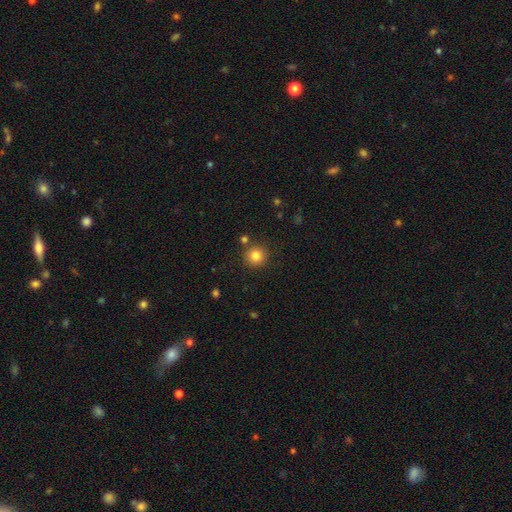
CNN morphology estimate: This appears to be a smooth galaxy with no disk features (83%) that is round (93%). Merging: none (84%).